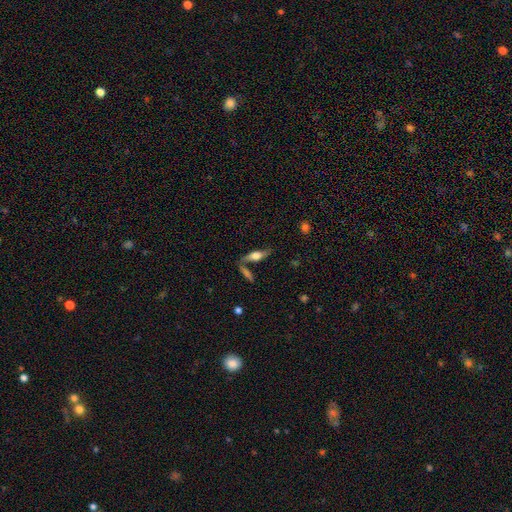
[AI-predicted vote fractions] Morphology: type=featured or disk (50%); edge-on=yes (79%); merging=none (66%).